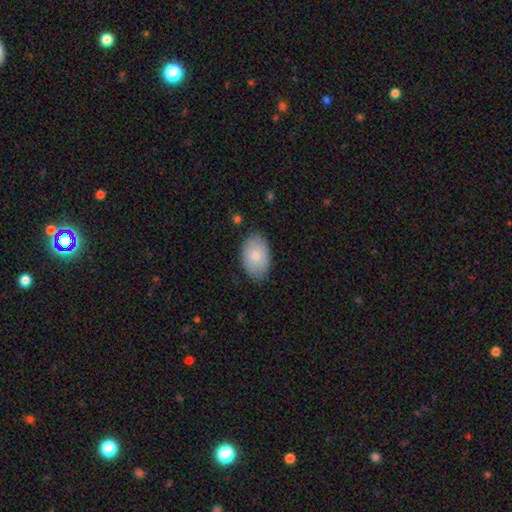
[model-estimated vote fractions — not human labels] Smooth or featured? smooth (78%)
How rounded? in between (88%)
Merging? none (81%)